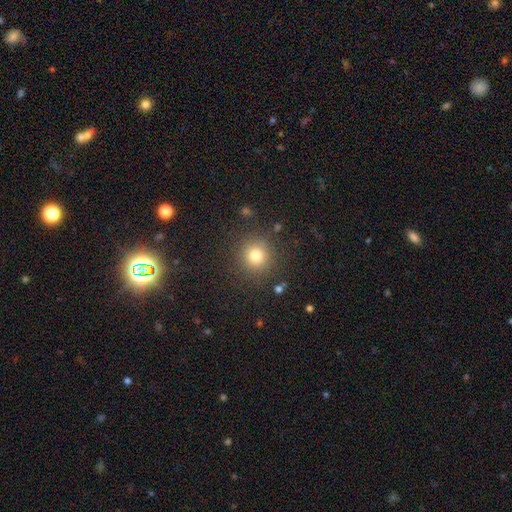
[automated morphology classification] smooth 79%, star or artifact 14%, featured or disk 7%. Down the decision tree: how rounded — round (91%); merging — none (87%).